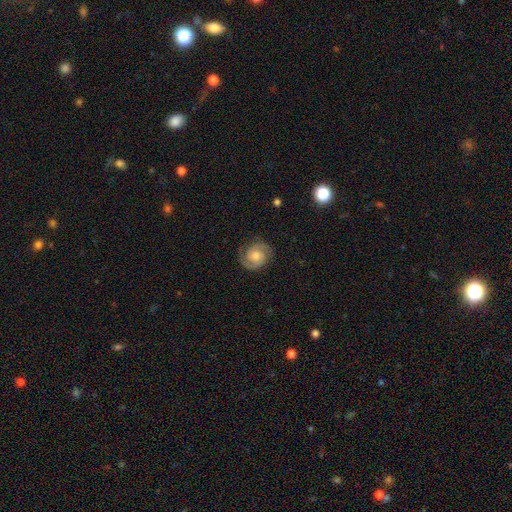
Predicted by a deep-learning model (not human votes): Smooth or featured? featured or disk (83%)
Edge-on disk? no (98%)
Bar? no (65%)
Spiral arms? yes (97%)
Spiral winding? tight (50%)
Spiral arm count? 2 (91%)
Bulge size? moderate (65%)
Merging? none (84%)